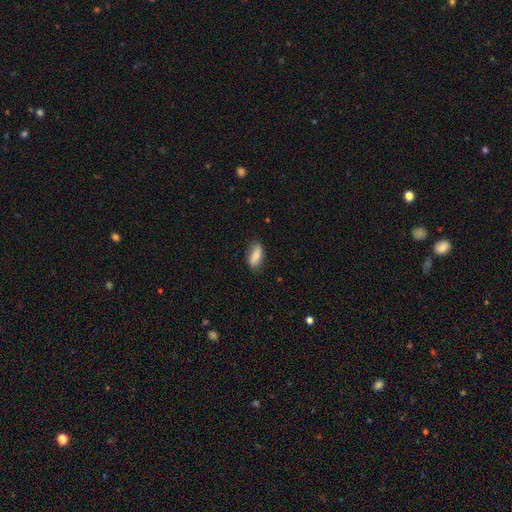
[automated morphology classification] type=smooth (82%); roundness=in between (80%); merging=none (78%).